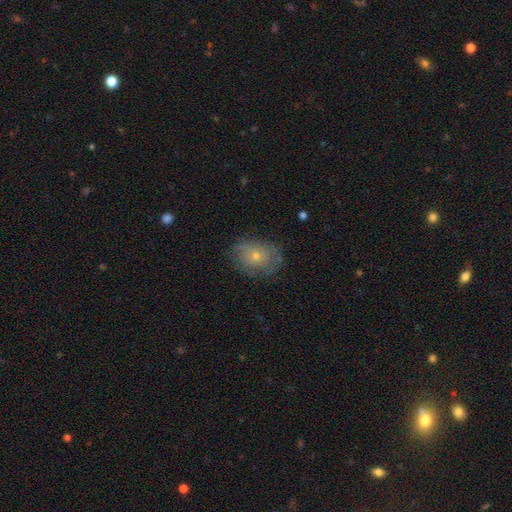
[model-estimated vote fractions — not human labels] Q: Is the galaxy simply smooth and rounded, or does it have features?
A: smooth — 50%.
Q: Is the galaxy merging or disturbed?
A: none — 69%.